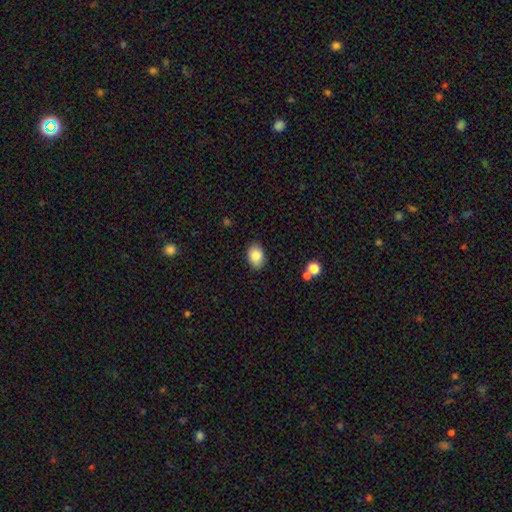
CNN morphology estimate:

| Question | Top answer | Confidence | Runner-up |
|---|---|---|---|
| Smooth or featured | smooth | 85% | star or artifact (8%) |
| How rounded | in between | 77% | round (22%) |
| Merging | none | 87% | minor disturbance (10%) |